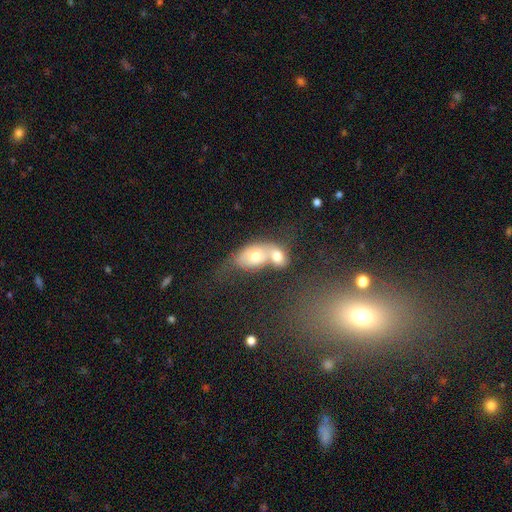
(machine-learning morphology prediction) Smooth or featured: smooth — 61% (featured or disk — 30%)
How rounded: in between — 76% (round — 20%)
Merging: merger — 71% (none — 14%)